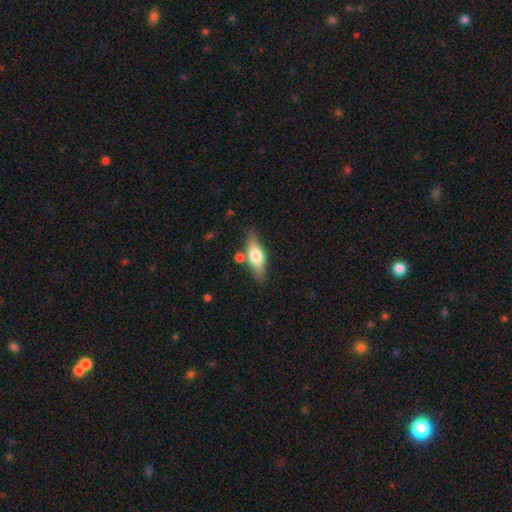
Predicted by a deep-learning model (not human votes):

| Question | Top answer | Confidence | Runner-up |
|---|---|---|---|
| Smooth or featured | smooth | 53% | featured or disk (40%) |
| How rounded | in between | 60% | cigar-shaped (36%) |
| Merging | none | 75% | minor disturbance (13%) |